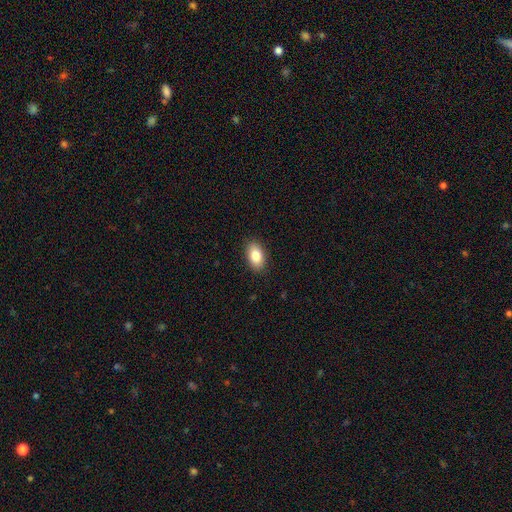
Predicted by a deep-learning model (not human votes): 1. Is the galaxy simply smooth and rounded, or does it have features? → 85% smooth, 8% featured or disk, 7% star or artifact.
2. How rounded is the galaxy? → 92% in between, 6% round, 2% cigar-shaped.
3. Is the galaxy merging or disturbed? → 89% none, 8% minor disturbance, 2% major disturbance, 1% merger.